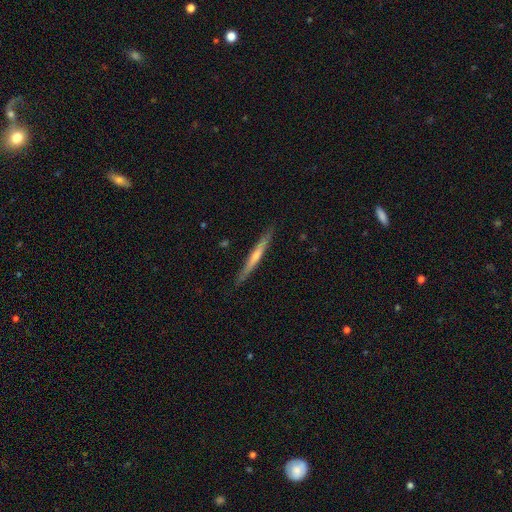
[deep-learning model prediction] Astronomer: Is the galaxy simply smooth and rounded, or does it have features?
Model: featured or disk — 56% (runner-up: smooth, 38%).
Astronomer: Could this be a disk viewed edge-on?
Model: yes — 97%.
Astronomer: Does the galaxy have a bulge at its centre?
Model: rounded — 50% (runner-up: none, 44%).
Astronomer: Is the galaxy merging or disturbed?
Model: none — 89%.